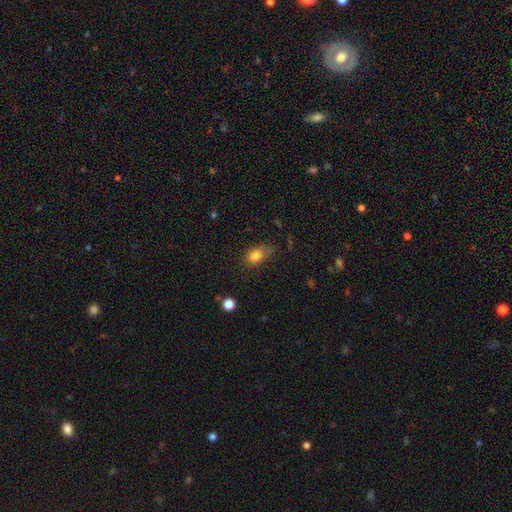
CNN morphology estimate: The model was most divided on "merging": none: 57%, minor disturbance: 29%, major disturbance: 11%, merger: 3%. More confident: smooth or featured — smooth (83%); how rounded — in between (76%).